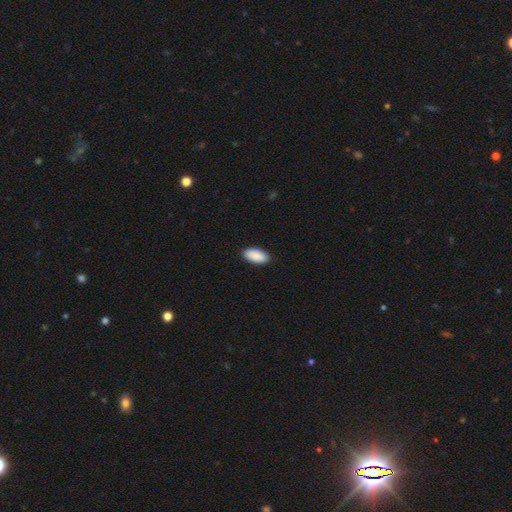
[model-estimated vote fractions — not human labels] Smooth or featured?
  - smooth: 92% *
  - star or artifact: 6%
  - featured or disk: 3%
How rounded?
  - in between: 94% *
  - cigar-shaped: 5%
  - round: 2%
Merging?
  - none: 91% *
  - minor disturbance: 7%
  - major disturbance: 2%
  - merger: 1%